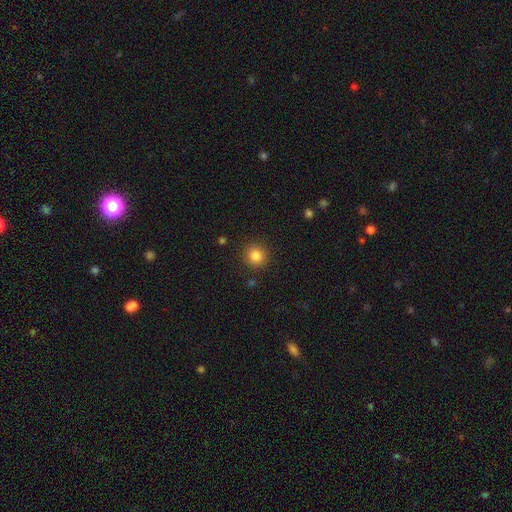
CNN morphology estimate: Smooth or featured?
  - smooth: 84% *
  - star or artifact: 11%
  - featured or disk: 5%
How rounded?
  - round: 94% *
  - in between: 6%
  - cigar-shaped: 1%
Merging?
  - none: 91% *
  - minor disturbance: 6%
  - major disturbance: 2%
  - merger: 1%